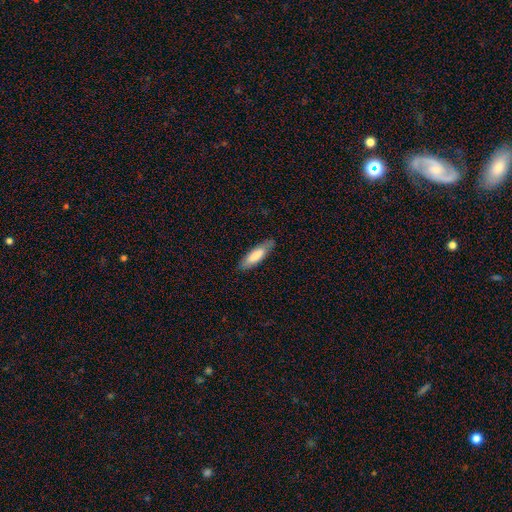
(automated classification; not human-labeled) Overall: smooth (74%). How rounded: cigar-shaped (52%; in between 47%). Merging: none (82%).